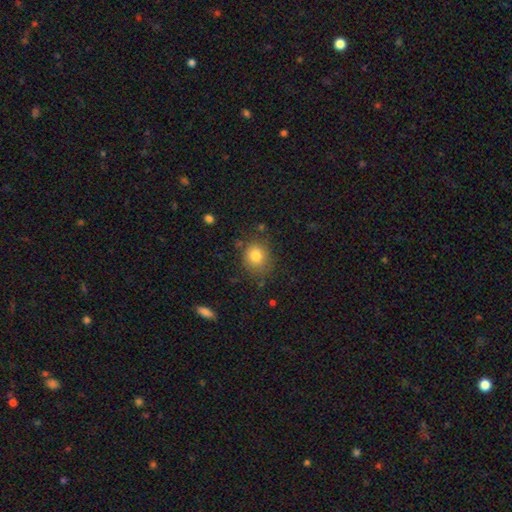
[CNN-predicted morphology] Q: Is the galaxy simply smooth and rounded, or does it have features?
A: smooth — 80%.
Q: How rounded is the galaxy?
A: round — 70%.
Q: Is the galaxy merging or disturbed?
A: none — 74%.